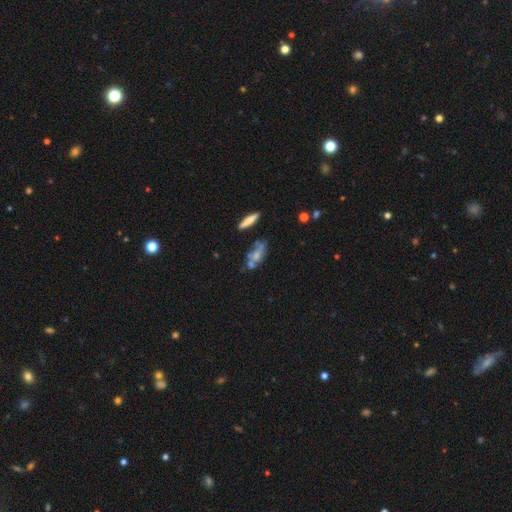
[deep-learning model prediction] smooth-or-featured: featured or disk: 46% | smooth: 42% | star or artifact: 12%
  merging: none: 44% | merger: 24% | minor disturbance: 20% | major disturbance: 12%